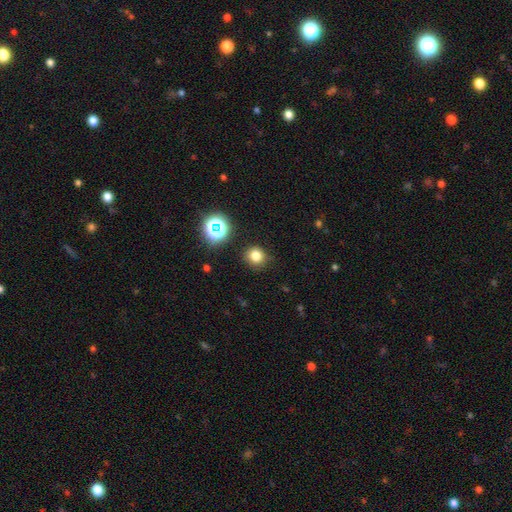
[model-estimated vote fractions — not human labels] Q: Smooth or featured?
A: smooth (76%); runner-up: star or artifact (17%)
Q: How rounded?
A: round (88%); runner-up: in between (11%)
Q: Merging?
A: none (86%); runner-up: minor disturbance (9%)